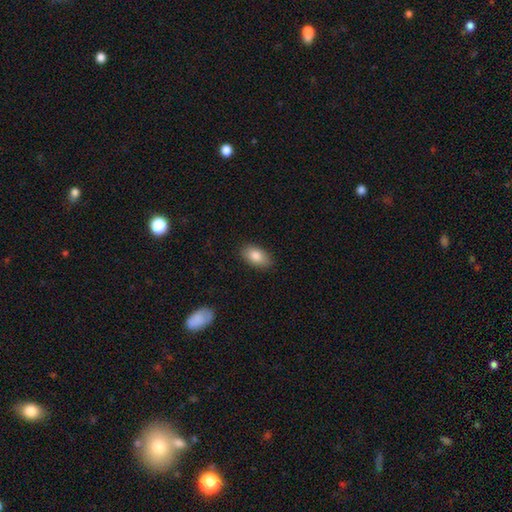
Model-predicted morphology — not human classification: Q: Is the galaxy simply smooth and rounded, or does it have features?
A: smooth — 85%.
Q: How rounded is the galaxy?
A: in between — 92%.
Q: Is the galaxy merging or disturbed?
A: none — 86%.